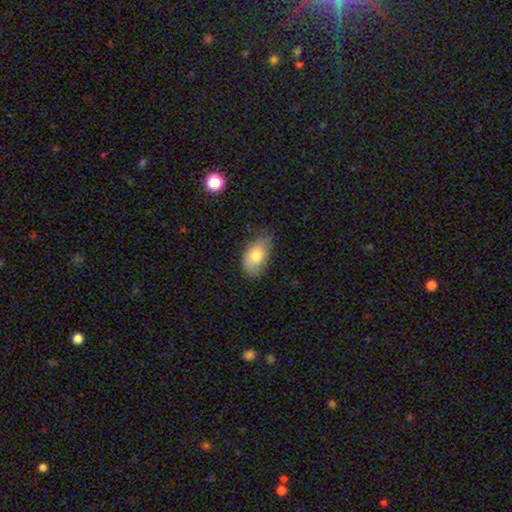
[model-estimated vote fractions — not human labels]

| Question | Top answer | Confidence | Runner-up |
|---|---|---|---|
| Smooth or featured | smooth | 75% | featured or disk (18%) |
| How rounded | in between | 90% | round (9%) |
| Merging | none | 62% | minor disturbance (30%) |